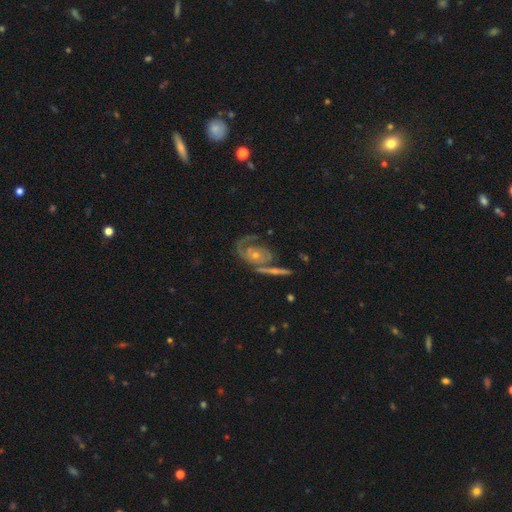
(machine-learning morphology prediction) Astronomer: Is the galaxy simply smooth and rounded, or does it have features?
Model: featured or disk — 84%.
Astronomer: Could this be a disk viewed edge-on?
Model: no — 95%.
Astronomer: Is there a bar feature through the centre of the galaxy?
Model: no — 73%.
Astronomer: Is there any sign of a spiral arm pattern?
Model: yes — 90%.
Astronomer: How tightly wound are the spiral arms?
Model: tight — 50% (runner-up: medium, 37%).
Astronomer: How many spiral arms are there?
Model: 2 — 49% (runner-up: 1, 28%).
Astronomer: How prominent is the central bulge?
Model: small — 58% (runner-up: moderate, 36%).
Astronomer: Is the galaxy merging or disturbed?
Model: none — 50%.